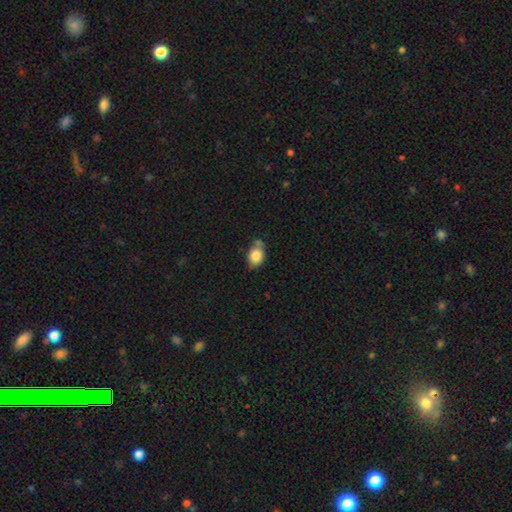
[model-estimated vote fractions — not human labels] smooth 83%, featured or disk 9%, star or artifact 8%. Down the decision tree: how rounded — in between (59%); merging — none (53%).